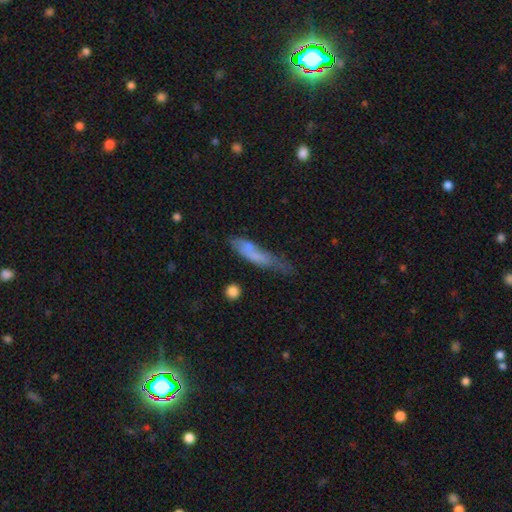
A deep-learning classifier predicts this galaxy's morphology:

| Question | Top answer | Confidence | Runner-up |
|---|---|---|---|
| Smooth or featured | smooth | 64% | featured or disk (27%) |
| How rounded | cigar-shaped | 74% | in between (23%) |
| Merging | none | 37% | minor disturbance (32%) |